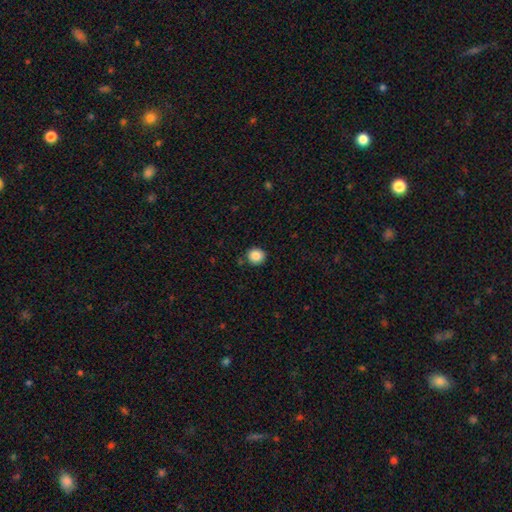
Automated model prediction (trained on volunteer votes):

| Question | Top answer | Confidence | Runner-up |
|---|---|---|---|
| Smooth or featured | smooth | 88% | star or artifact (9%) |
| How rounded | round | 86% | in between (13%) |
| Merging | none | 86% | minor disturbance (9%) |